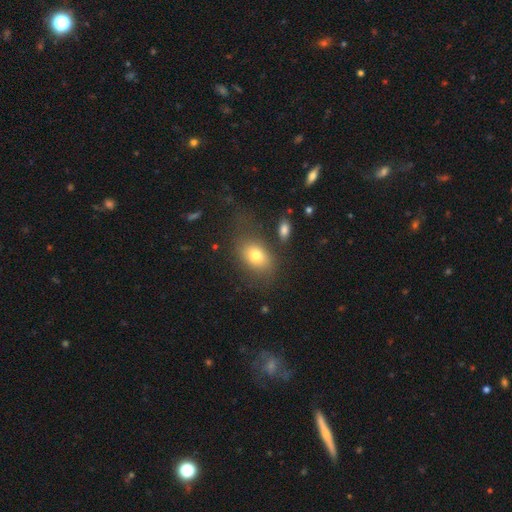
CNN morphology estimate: This is likely a smooth galaxy (76%). How rounded: likely in between (76%). Merging: likely none (63%).